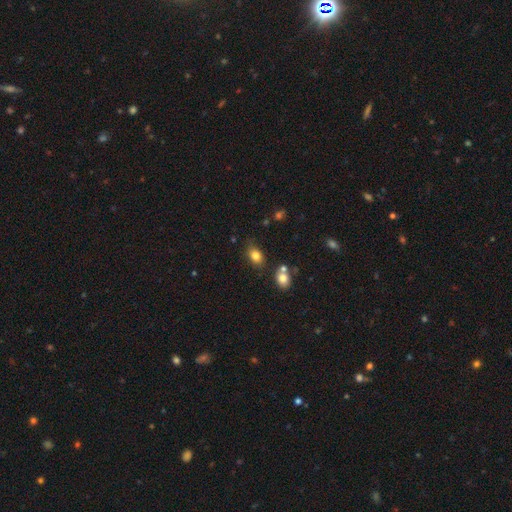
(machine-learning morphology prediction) Q: Smooth or featured?
A: smooth (81%); runner-up: star or artifact (11%)
Q: How rounded?
A: in between (77%); runner-up: round (21%)
Q: Merging?
A: none (72%); runner-up: minor disturbance (17%)